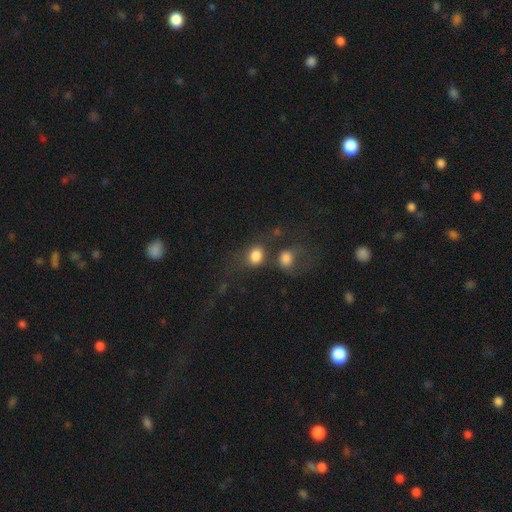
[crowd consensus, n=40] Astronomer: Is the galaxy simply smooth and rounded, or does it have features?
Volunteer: smooth — 82%.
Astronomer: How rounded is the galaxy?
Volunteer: round — 55% (runner-up: in between, 45%).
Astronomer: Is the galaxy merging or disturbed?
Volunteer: none — 43% (runner-up: merger, 32%).